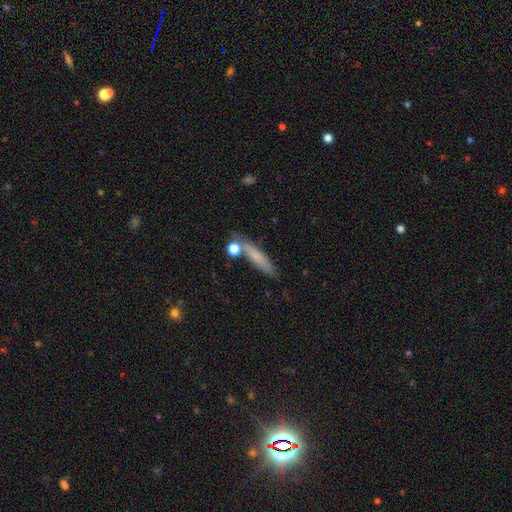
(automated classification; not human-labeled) A smooth galaxy with no disk features (71%) that is cigar-shaped (81%). Merging: none (70%).